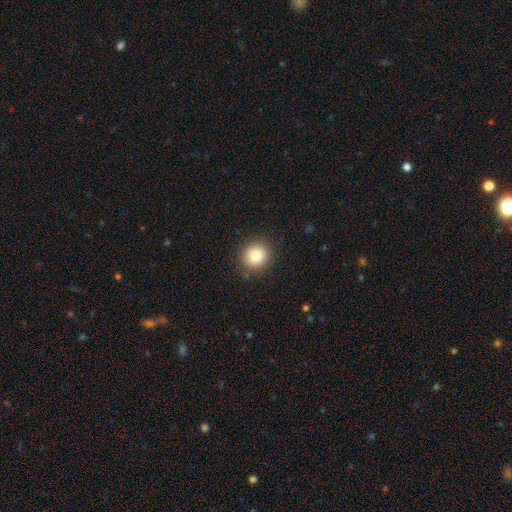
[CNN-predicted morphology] A smooth galaxy with no disk features (84%) that is round (88%).

Vote fractions:
- Smooth or featured? smooth: 84% / star or artifact: 10% / featured or disk: 7%
- How rounded? round: 88% / in between: 11% / cigar-shaped: 1%
- Merging? none: 89% / minor disturbance: 7% / major disturbance: 2% / merger: 1%